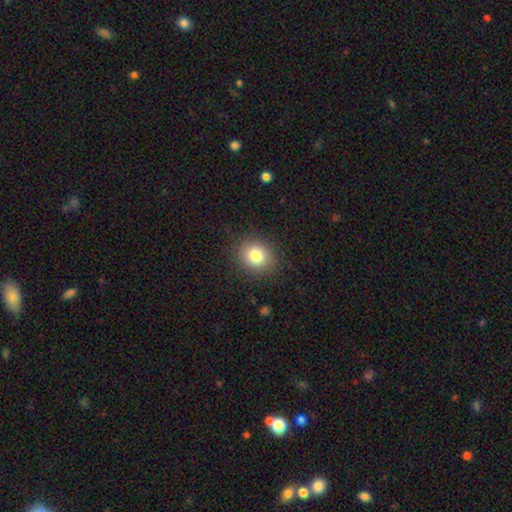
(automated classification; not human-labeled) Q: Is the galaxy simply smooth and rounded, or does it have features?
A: smooth — 80%.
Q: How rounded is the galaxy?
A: round — 72%.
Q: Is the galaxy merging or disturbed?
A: none — 88%.